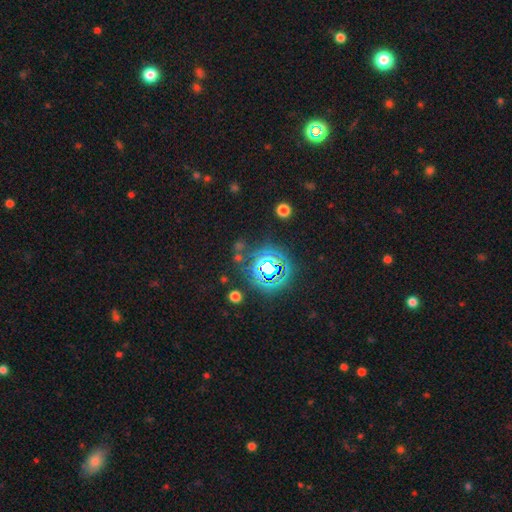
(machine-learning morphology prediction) star or artifact 69%, smooth 21%, featured or disk 10%.